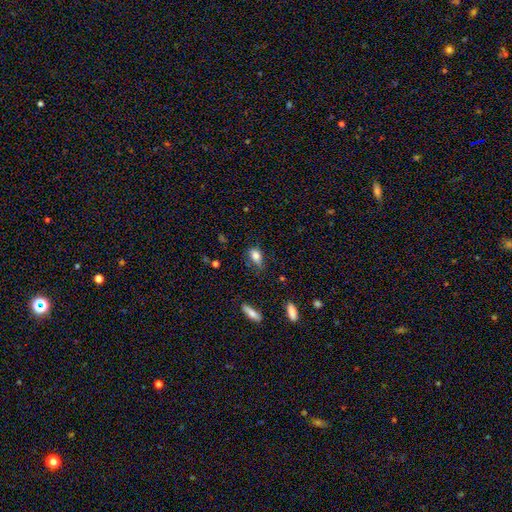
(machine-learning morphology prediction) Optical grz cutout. It shows a smooth galaxy with no disk features (82%) that is in between round and cigar-shaped (82%). Merging: none (53%).